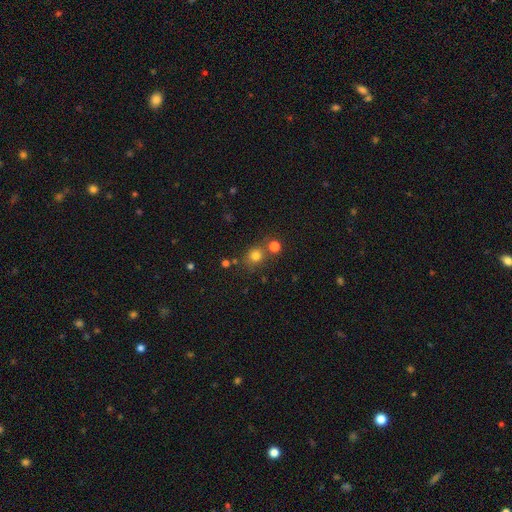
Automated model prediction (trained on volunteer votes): Smooth or featured? Predicted: smooth (p=0.76). How rounded? Predicted: round (p=0.80). Merging? Predicted: none (p=0.67).